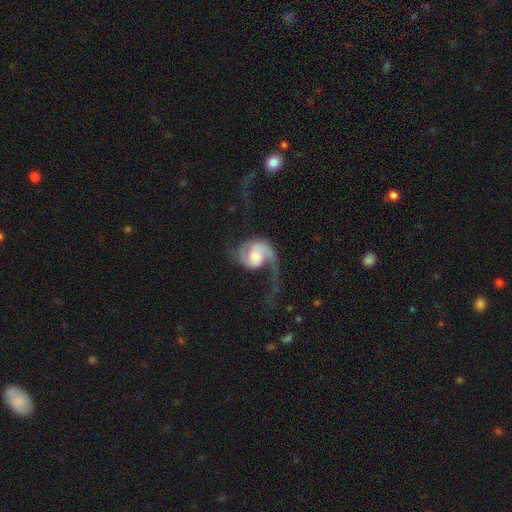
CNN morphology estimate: Q: Smooth or featured?
A: featured or disk (80%); runner-up: smooth (14%)
Q: Edge-on disk?
A: no (98%); runner-up: yes (2%)
Q: Bar?
A: no (61%); runner-up: weak (32%)
Q: Spiral arms?
A: yes (95%); runner-up: no (5%)
Q: Spiral winding?
A: loose (59%); runner-up: medium (30%)
Q: Spiral arm count?
A: 2 (48%); runner-up: 1 (44%)
Q: Bulge size?
A: moderate (43%); runner-up: small (27%)
Q: Merging?
A: major disturbance (49%); runner-up: none (33%)